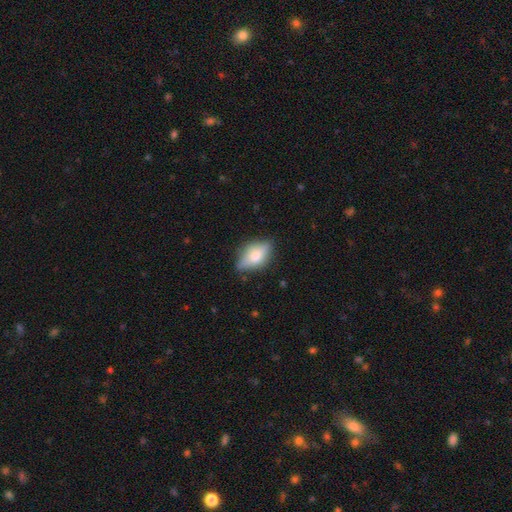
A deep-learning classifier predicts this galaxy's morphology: This appears to be a smooth galaxy with no disk features (57%) that is in between round and cigar-shaped (84%). Merging: none (72%).